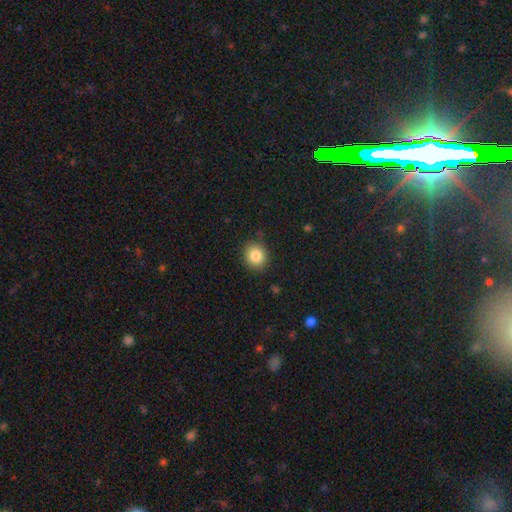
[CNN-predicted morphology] This appears to be a smooth galaxy with no disk features (84%) that is round (78%). Merging: none (87%).